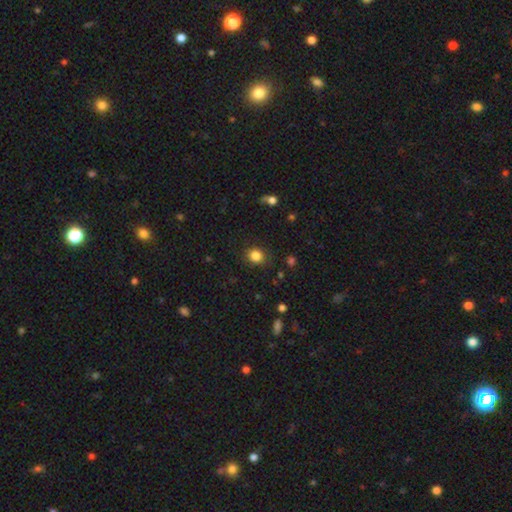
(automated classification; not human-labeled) Morphology: type=smooth (84%); roundness=round (76%); merging=none (85%).